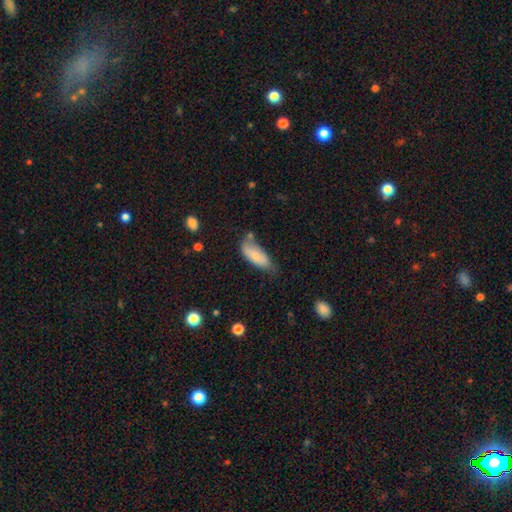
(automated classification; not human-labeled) smooth_or_featured: smooth (p=0.71) [alt: featured or disk p=0.22]
how_rounded: in between (p=0.81) [alt: cigar-shaped p=0.16]
merging: minor disturbance (p=0.39) [alt: none p=0.38]